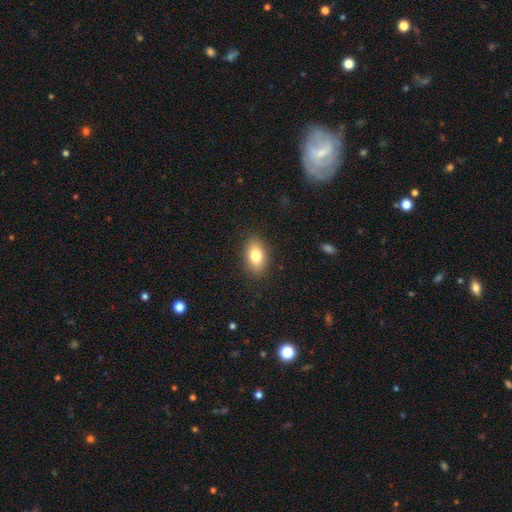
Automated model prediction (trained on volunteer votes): Q: Smooth or featured?
A: smooth (80%); runner-up: featured or disk (12%)
Q: How rounded?
A: in between (88%); runner-up: round (9%)
Q: Merging?
A: none (88%); runner-up: minor disturbance (9%)